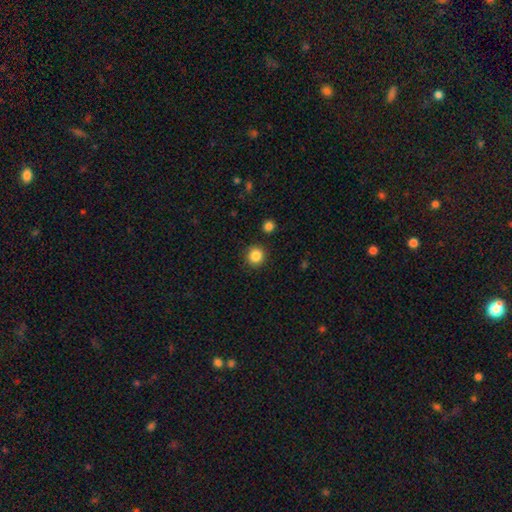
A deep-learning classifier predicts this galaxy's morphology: smooth_or_featured: smooth (p=0.86) [alt: star or artifact p=0.10]
how_rounded: round (p=0.93) [alt: in between p=0.07]
merging: none (p=0.90) [alt: minor disturbance p=0.06]